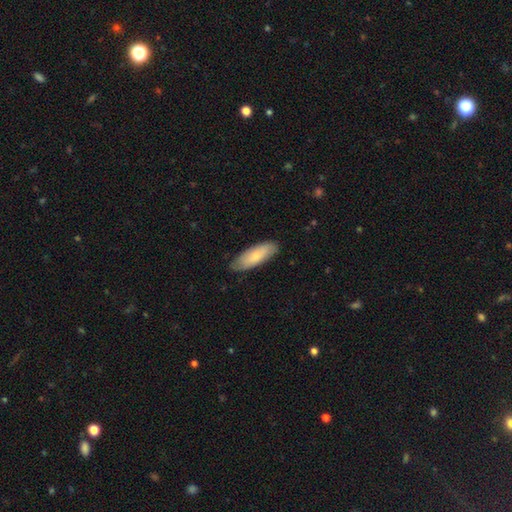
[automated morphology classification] This appears to be a smooth galaxy with no disk features (76%) that is in between round and cigar-shaped (66%). Merging: none (80%).